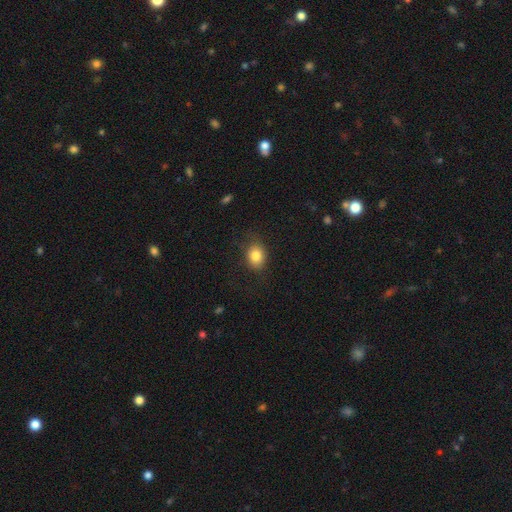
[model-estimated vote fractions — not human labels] Q: Smooth or featured?
A: smooth (83%); runner-up: star or artifact (10%)
Q: How rounded?
A: in between (53%); runner-up: round (46%)
Q: Merging?
A: none (77%); runner-up: minor disturbance (16%)